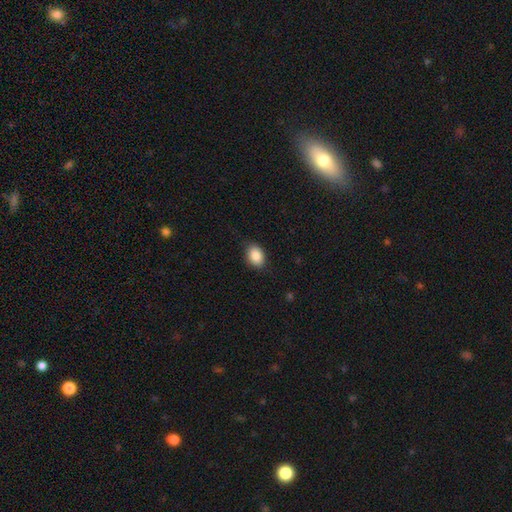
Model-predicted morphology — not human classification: type=smooth (88%); roundness=in between (77%); merging=none (82%).